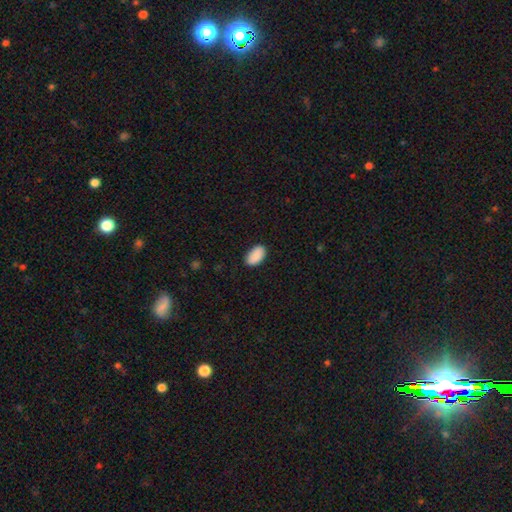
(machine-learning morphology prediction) type=smooth (91%); roundness=in between (95%); merging=none (87%).